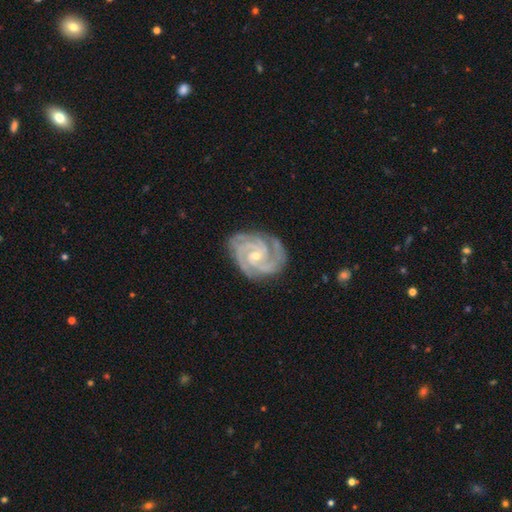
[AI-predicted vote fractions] A featured or disk galaxy (93%) with no bar (59%), 3 (51%) tight (71%) spiral arms (99%) and a small central bulge (66%). Merging: none (77%).